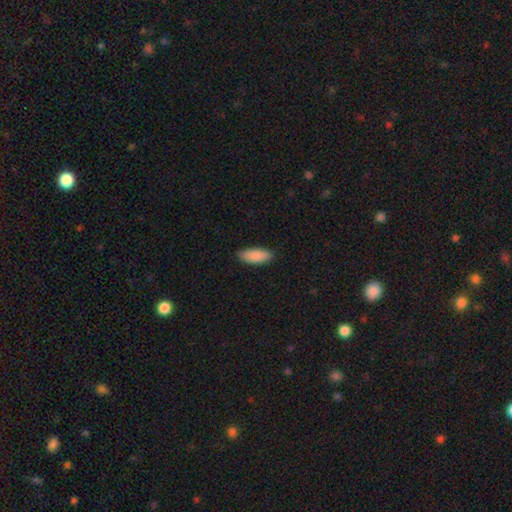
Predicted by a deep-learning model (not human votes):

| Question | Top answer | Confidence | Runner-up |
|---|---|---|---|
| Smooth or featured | smooth | 89% | star or artifact (6%) |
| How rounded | in between | 81% | cigar-shaped (17%) |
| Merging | none | 86% | minor disturbance (11%) |